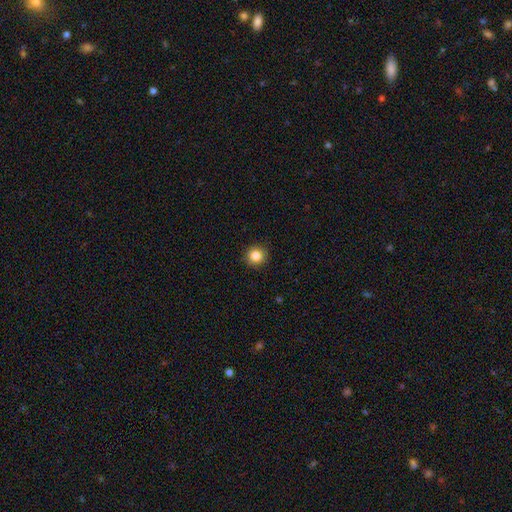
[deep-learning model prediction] This is clearly a smooth galaxy (85%). How rounded: clearly round (92%). Merging: clearly none (91%).